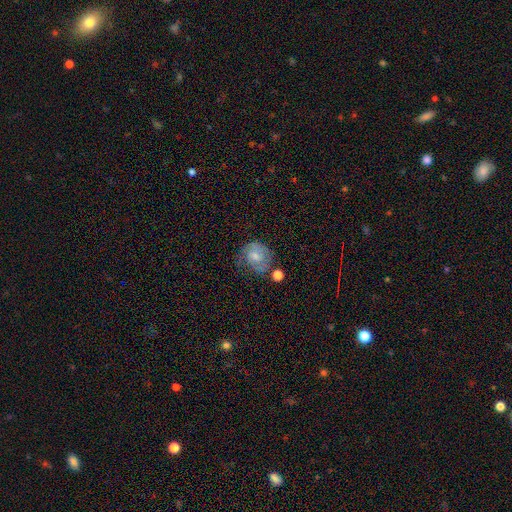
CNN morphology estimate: smooth-or-featured: featured or disk: 64% | smooth: 28% | star or artifact: 8%
  disk-edge-on: no: 97% | yes: 3%
    bar: weak: 49% | no: 41% | strong: 10%
    has-spiral-arms: yes: 87% | no: 13%
      spiral-winding: tight: 46% | medium: 40% | loose: 14%
      spiral-arm-count: 2: 56% | can't tell: 22% | 1: 12% | 3: 6% | 4: 2% | more than 4: 2%
    bulge-size: moderate: 44% | small: 41% | none: 10% | large: 4% | dominant: 1%
  merging: none: 52% | minor disturbance: 25% | major disturbance: 15% | merger: 8%